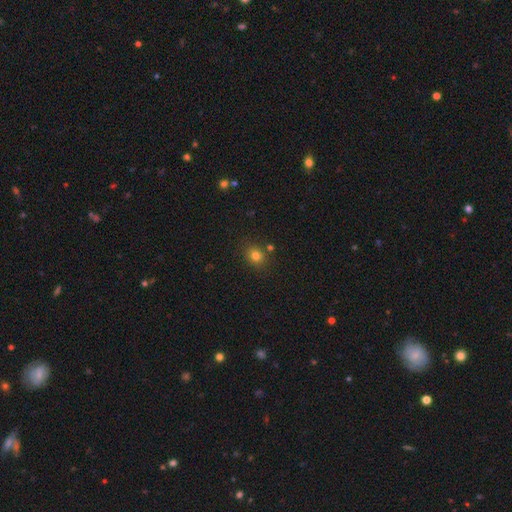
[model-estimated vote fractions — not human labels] This is likely a smooth galaxy (78%). How rounded: likely round (70%). Merging: likely none (80%).